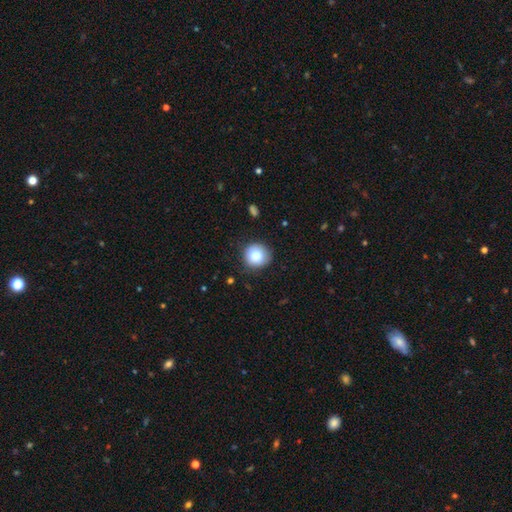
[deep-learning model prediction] A smooth galaxy with no disk features (83%) that is round (90%). Merging: none (84%).